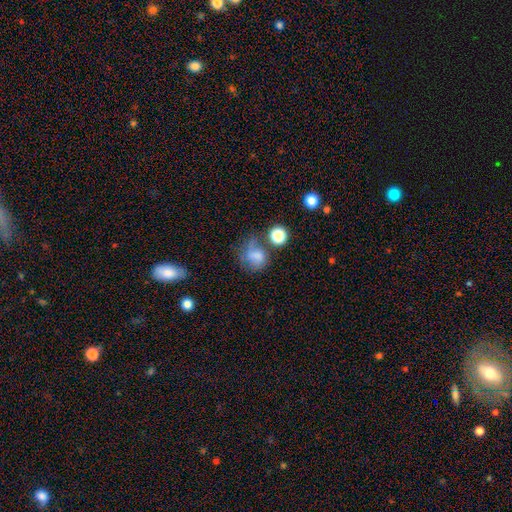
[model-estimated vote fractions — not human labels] This appears to be a smooth galaxy with no disk features (67%) that is round (62%). Merging: none (33%).